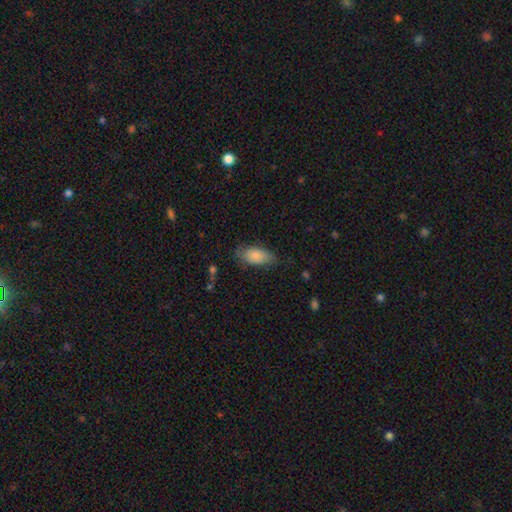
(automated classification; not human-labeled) This is likely a smooth galaxy (79%). How rounded: clearly in between (91%). Merging: likely none (62%).